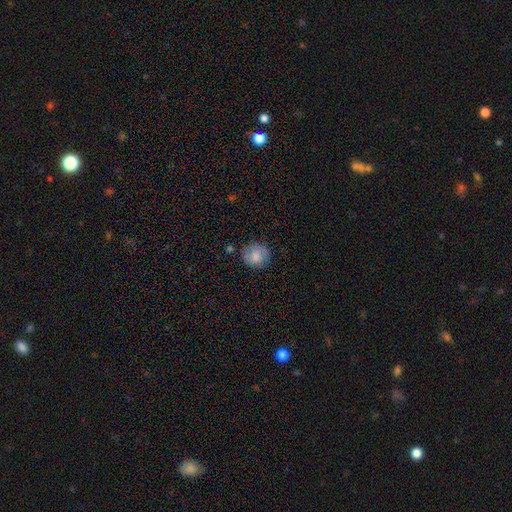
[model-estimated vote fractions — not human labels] Q: Smooth or featured?
A: smooth (76%); runner-up: featured or disk (15%)
Q: How rounded?
A: round (85%); runner-up: in between (14%)
Q: Merging?
A: none (76%); runner-up: minor disturbance (17%)